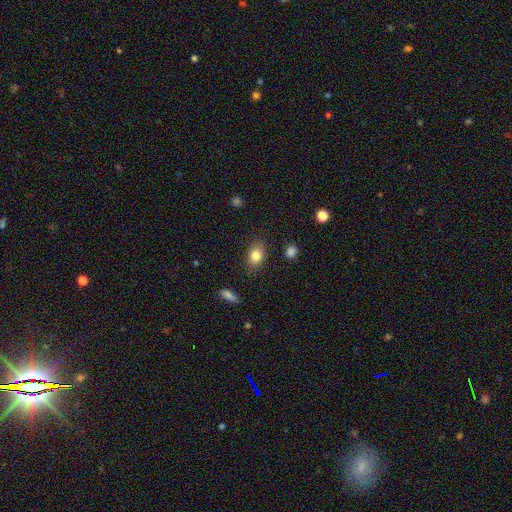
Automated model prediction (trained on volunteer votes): This is clearly a smooth galaxy (82%). How rounded: likely in between (71%). Merging: clearly none (84%).